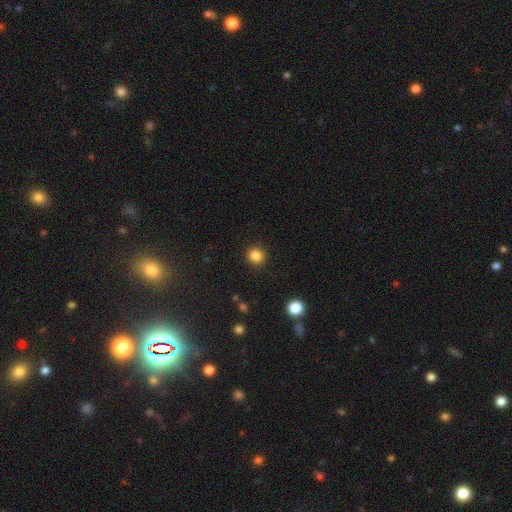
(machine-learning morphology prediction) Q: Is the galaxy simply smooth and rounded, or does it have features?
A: smooth — 85%.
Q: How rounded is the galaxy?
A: round — 91%.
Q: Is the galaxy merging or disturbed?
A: none — 91%.